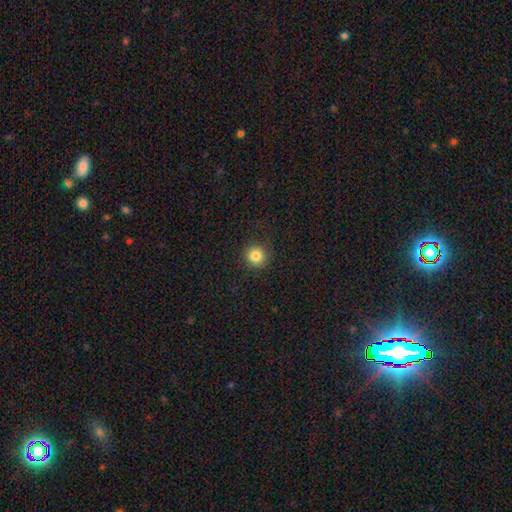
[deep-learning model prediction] Morphology: type=smooth (83%); roundness=round (94%); merging=none (91%).